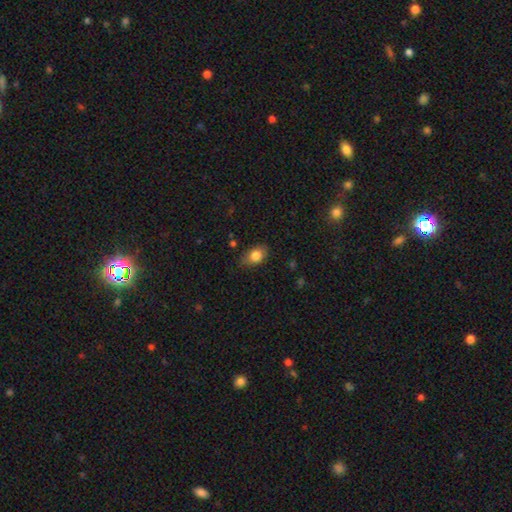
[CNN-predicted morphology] This is clearly a smooth galaxy (82%). How rounded: likely in between (79%). Merging: likely none (76%).